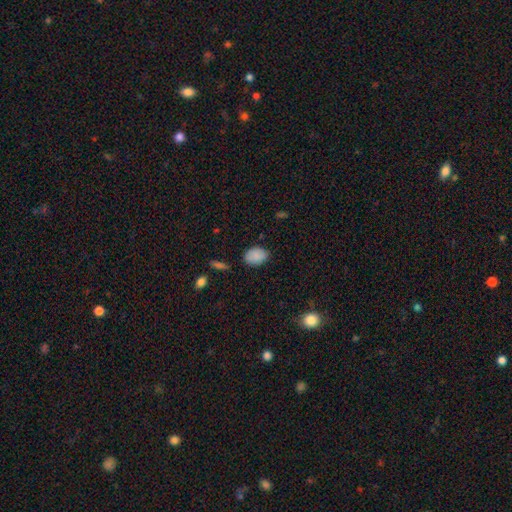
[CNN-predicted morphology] smooth-or-featured: smooth: 87% | star or artifact: 8% | featured or disk: 5%
  how-rounded: in between: 81% | round: 18% | cigar-shaped: 1%
  merging: none: 78% | minor disturbance: 17% | major disturbance: 3% | merger: 2%